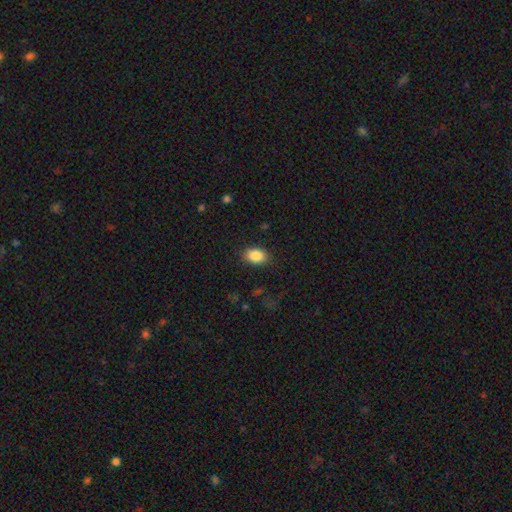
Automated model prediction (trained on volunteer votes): smooth_or_featured: smooth (p=0.87) [alt: star or artifact p=0.08]
how_rounded: in between (p=0.86) [alt: round p=0.12]
merging: none (p=0.87) [alt: minor disturbance p=0.10]